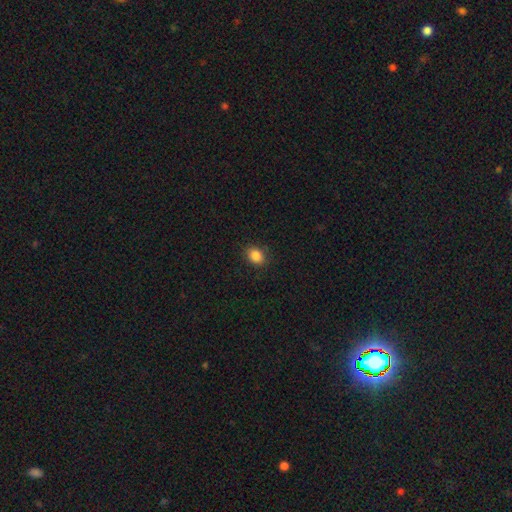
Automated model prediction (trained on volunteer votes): A smooth galaxy with no disk features (86%) that is in between round and cigar-shaped (58%). Merging: none (87%).